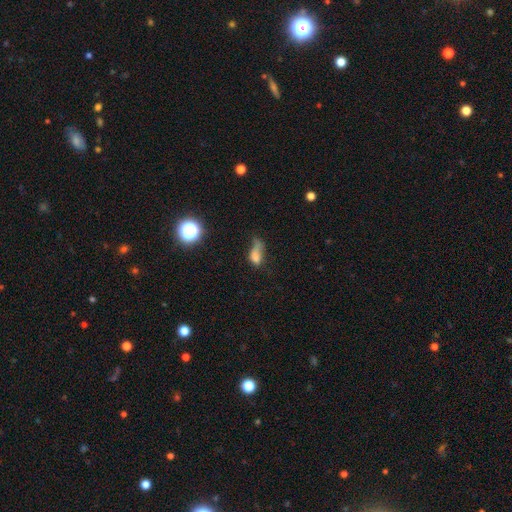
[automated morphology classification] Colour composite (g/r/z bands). It shows a smooth galaxy with no disk features (65%) that is in between round and cigar-shaped (74%). Merging: major disturbance (41%).